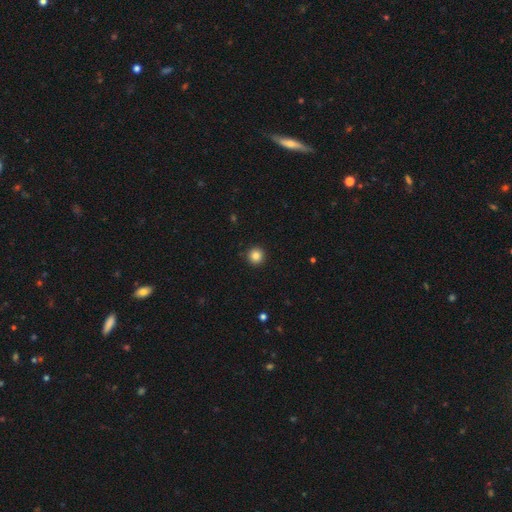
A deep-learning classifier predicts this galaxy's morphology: Smooth or featured? smooth (85%)
How rounded? round (96%)
Merging? none (92%)